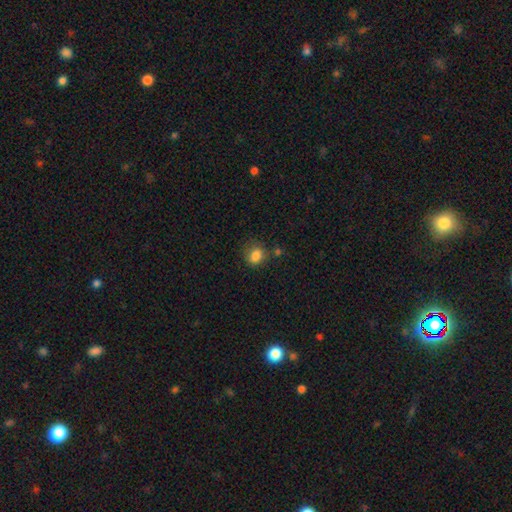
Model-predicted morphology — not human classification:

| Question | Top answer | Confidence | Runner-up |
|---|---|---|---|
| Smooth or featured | smooth | 84% | star or artifact (11%) |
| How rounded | round | 55% | in between (44%) |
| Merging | none | 65% | minor disturbance (20%) |